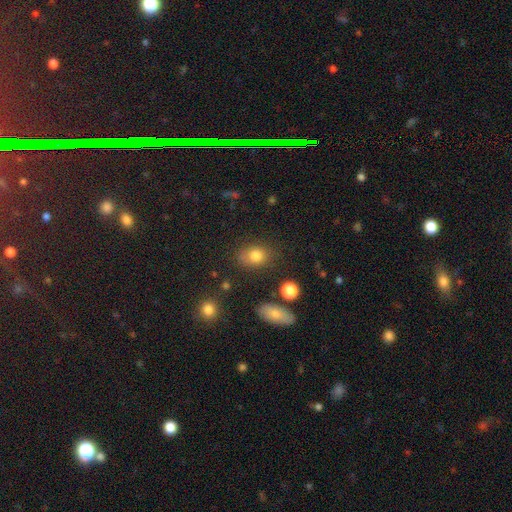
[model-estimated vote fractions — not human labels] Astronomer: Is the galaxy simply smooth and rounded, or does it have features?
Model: smooth — 80%.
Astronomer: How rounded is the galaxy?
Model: in between — 64%.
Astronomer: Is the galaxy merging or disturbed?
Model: none — 72%.